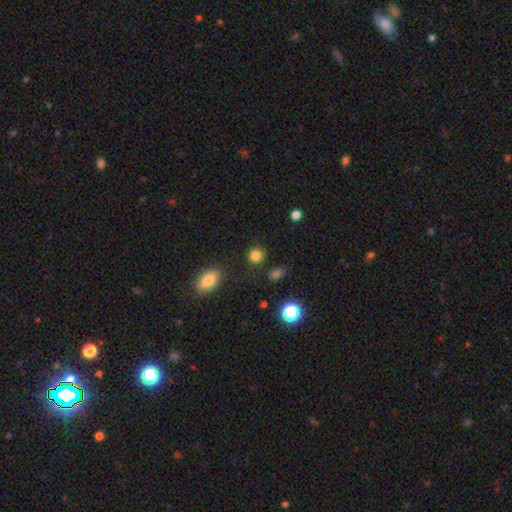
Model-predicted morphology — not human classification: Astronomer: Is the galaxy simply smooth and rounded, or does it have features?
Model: smooth — 82%.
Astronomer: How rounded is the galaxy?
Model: round — 87%.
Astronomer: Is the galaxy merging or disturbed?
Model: none — 85%.